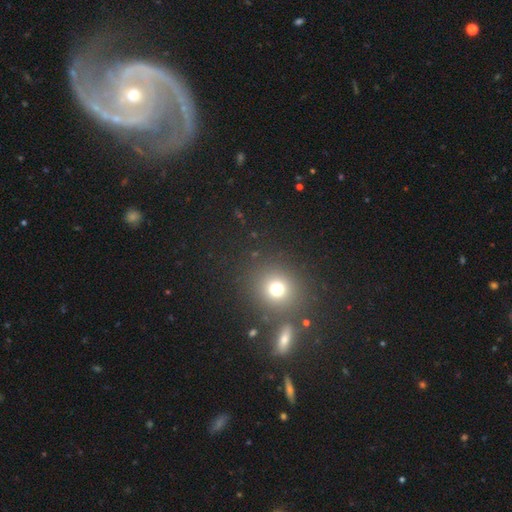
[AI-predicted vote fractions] Smooth or featured? smooth (41%)
Merging? none (78%)